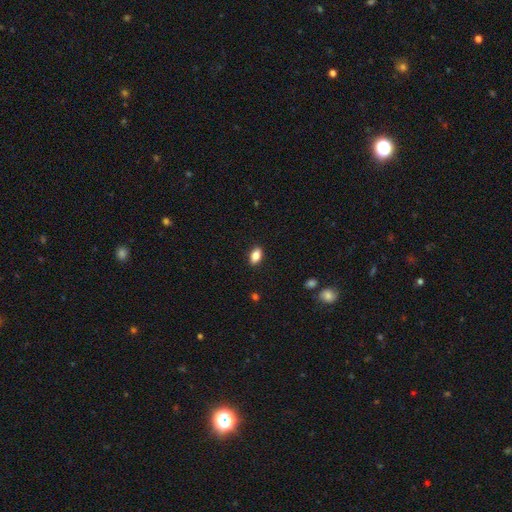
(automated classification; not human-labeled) Smooth or featured: smooth — 85% (star or artifact — 8%)
How rounded: in between — 89% (round — 6%)
Merging: none — 89% (minor disturbance — 9%)